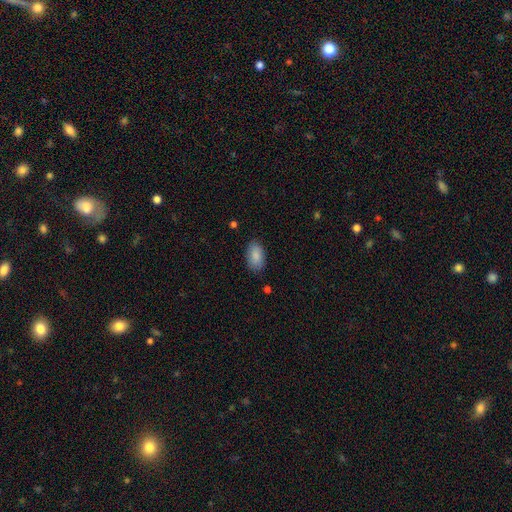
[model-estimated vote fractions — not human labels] Smooth or featured?
  - smooth: 88% *
  - star or artifact: 7%
  - featured or disk: 5%
How rounded?
  - in between: 93% *
  - round: 5%
  - cigar-shaped: 2%
Merging?
  - none: 84% *
  - minor disturbance: 12%
  - major disturbance: 3%
  - merger: 1%